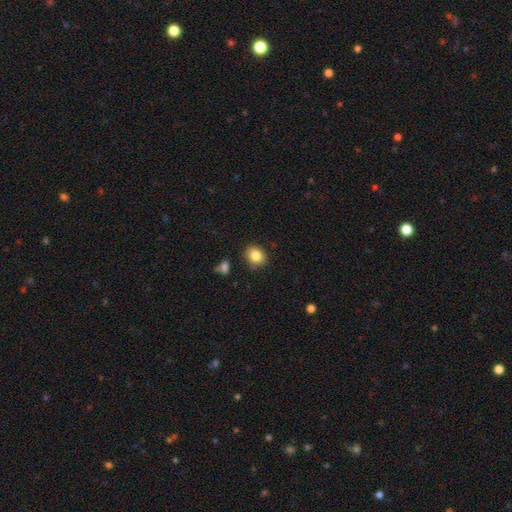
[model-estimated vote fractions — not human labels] Overall: smooth (83%). How rounded: round (56%; in between 43%). Merging: none (80%).